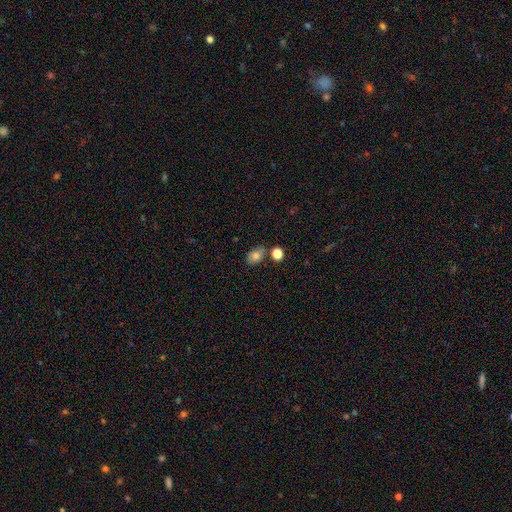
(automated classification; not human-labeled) A smooth galaxy with no disk features (78%) that is in between round and cigar-shaped (73%).

Vote fractions:
- Smooth or featured? smooth: 78% / star or artifact: 11% / featured or disk: 11%
- How rounded? in between: 73% / round: 26% / cigar-shaped: 1%
- Merging? none: 67% / minor disturbance: 16% / merger: 12% / major disturbance: 4%